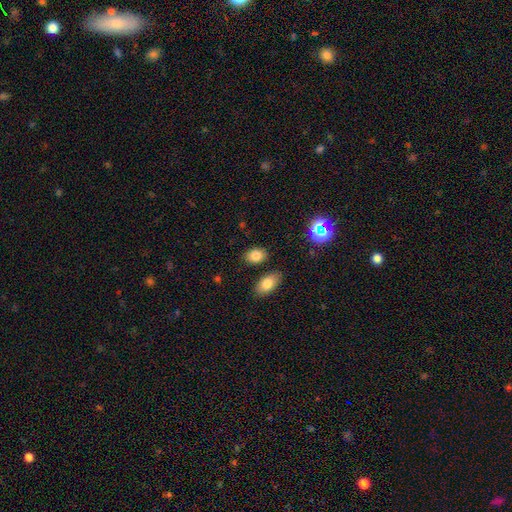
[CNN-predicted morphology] A smooth galaxy with no disk features (80%) that is in between round and cigar-shaped (80%). Merging: none (80%).